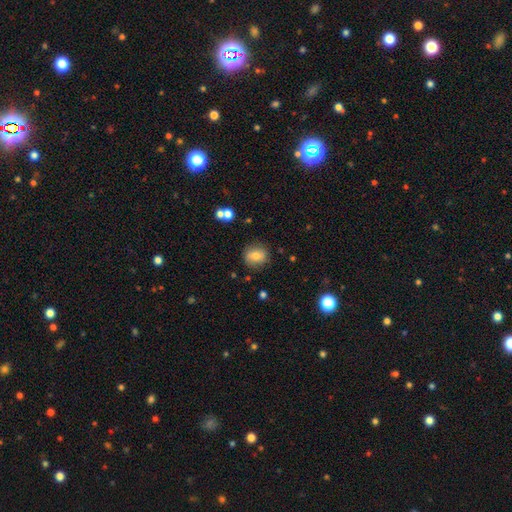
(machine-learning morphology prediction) A smooth galaxy with no disk features (73%) that is round (72%). Merging: none (83%).